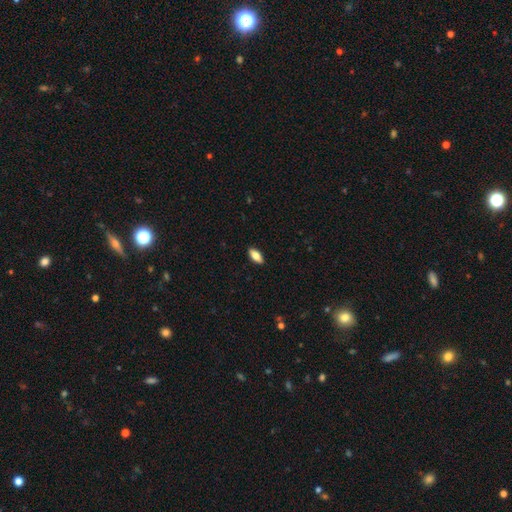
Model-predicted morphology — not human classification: A smooth galaxy with no disk features (76%) that is in between round and cigar-shaped (83%).

Vote fractions:
- Smooth or featured? smooth: 76% / featured or disk: 18% / star or artifact: 7%
- How rounded? in between: 83% / cigar-shaped: 14% / round: 3%
- Merging? none: 90% / minor disturbance: 8% / major disturbance: 2% / merger: 1%